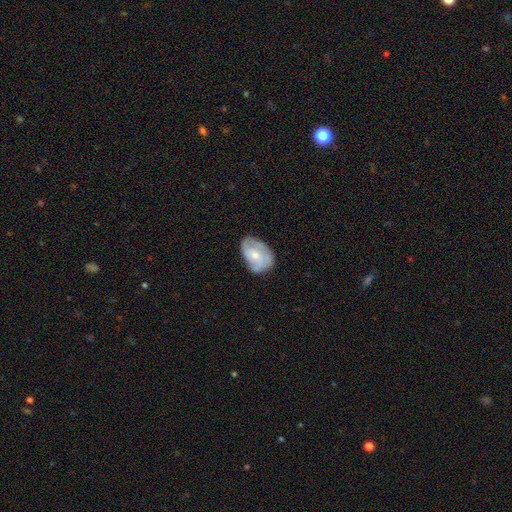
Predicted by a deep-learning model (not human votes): Smooth or featured: smooth — 51% (featured or disk — 43%)
How rounded: in between — 82% (round — 17%)
Merging: none — 54% (minor disturbance — 32%)